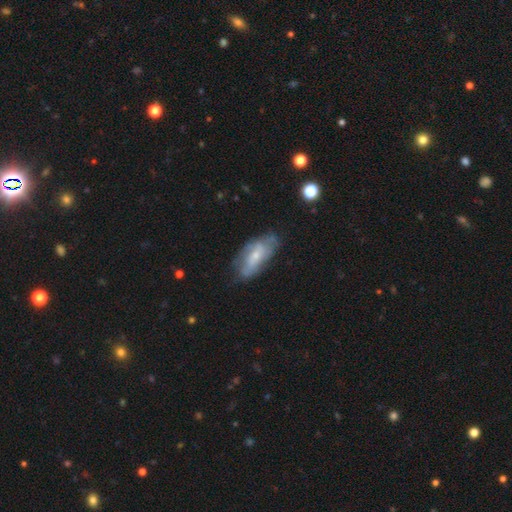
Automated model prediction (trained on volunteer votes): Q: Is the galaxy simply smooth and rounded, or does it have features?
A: featured or disk — 52%.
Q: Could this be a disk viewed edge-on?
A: no — 87%.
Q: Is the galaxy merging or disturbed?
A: none — 62%.